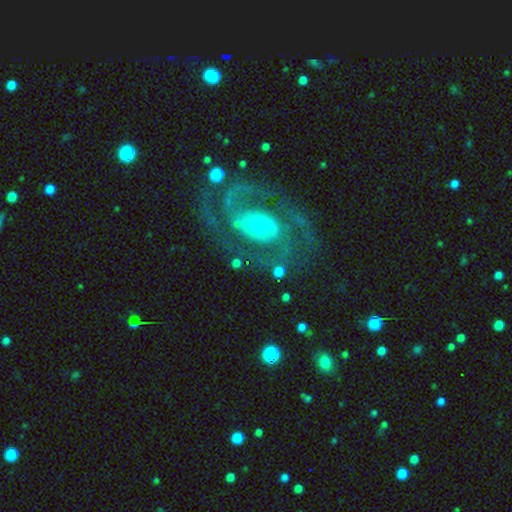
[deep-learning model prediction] Smooth or featured?
  - featured or disk: 90% *
  - star or artifact: 6%
  - smooth: 4%
Edge-on disk?
  - no: 97% *
  - yes: 3%
Bar?
  - no: 57% *
  - weak: 28%
  - strong: 14%
Spiral arms?
  - yes: 97% *
  - no: 3%
Spiral winding?
  - tight: 48% *
  - medium: 43%
  - loose: 8%
Spiral arm count?
  - 2: 79% *
  - 3: 7%
  - can't tell: 6%
  - 1: 3%
  - 4: 3%
  - more than 4: 3%
Bulge size?
  - small: 55% *
  - moderate: 39%
  - large: 3%
  - none: 1%
  - dominant: 1%
Merging?
  - none: 77% *
  - minor disturbance: 14%
  - major disturbance: 8%
  - merger: 2%